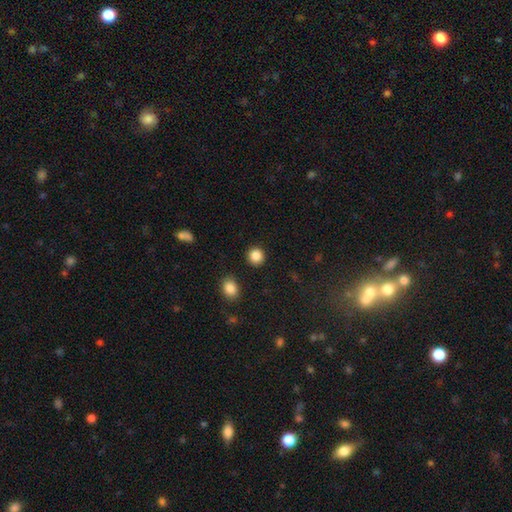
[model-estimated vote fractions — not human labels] Overall: smooth (87%). How rounded: round (92%). Merging: none (91%).